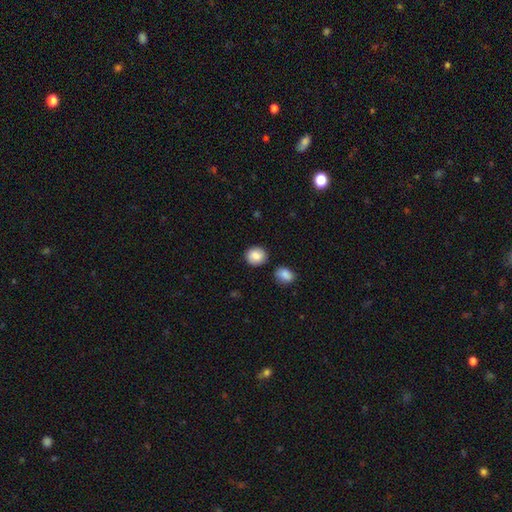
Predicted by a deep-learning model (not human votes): Smooth or featured: smooth — 86% (star or artifact — 8%)
How rounded: round — 82% (in between — 17%)
Merging: none — 83% (minor disturbance — 10%)